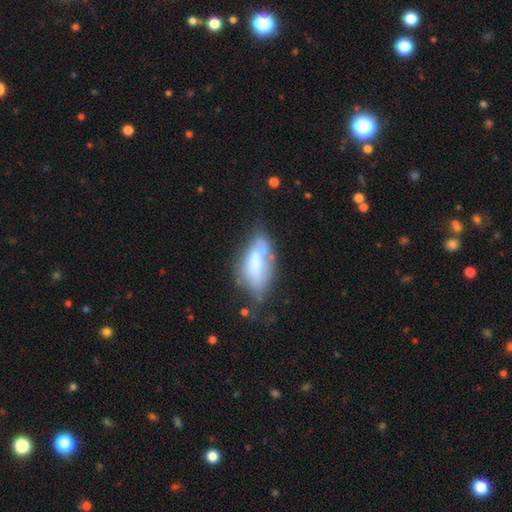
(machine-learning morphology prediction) The model was most divided on "merging": none: 34%, minor disturbance: 28%, major disturbance: 22%, merger: 16%. More confident: how rounded — in between (86%); smooth or featured — smooth (55%).